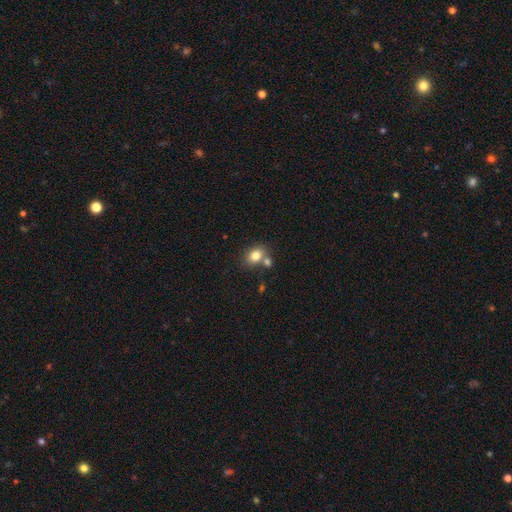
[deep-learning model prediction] smooth-or-featured: smooth: 80% | star or artifact: 10% | featured or disk: 10%
  how-rounded: in between: 59% | round: 40% | cigar-shaped: 1%
  merging: none: 55% | merger: 29% | minor disturbance: 12% | major disturbance: 4%